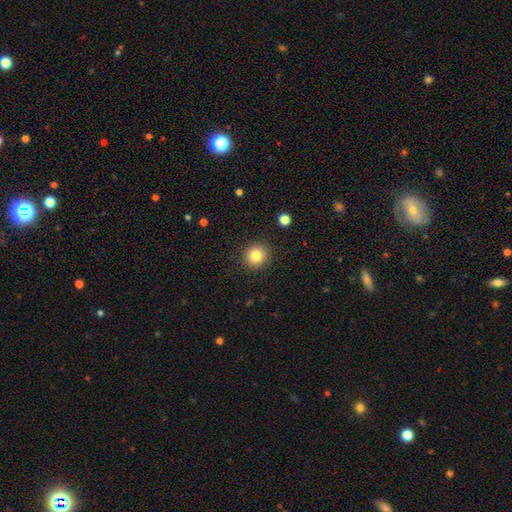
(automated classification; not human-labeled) A smooth galaxy with no disk features (82%) that is round (92%). Merging: none (91%).